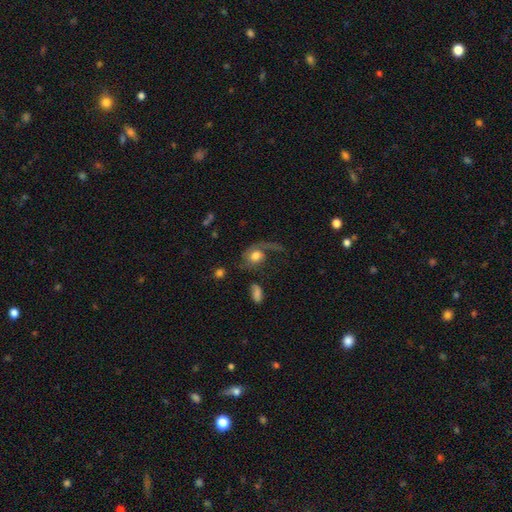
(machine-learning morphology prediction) A featured or disk galaxy (50%).

Vote fractions:
- Smooth or featured? featured or disk: 50% / smooth: 41% / star or artifact: 9%
- Merging? major disturbance: 47% / none: 31% / minor disturbance: 16% / merger: 6%